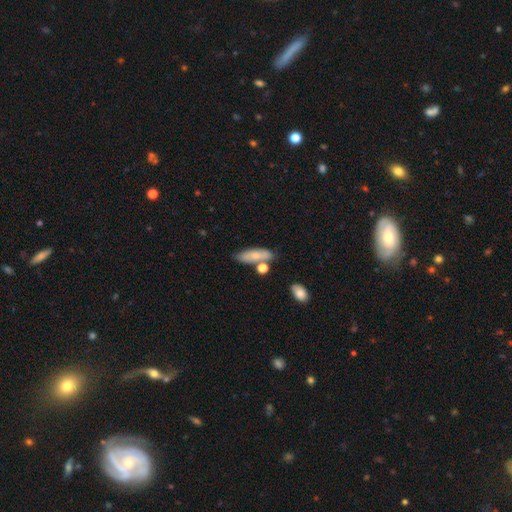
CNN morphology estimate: This appears to be a smooth galaxy with no disk features (76%) that is in between round and cigar-shaped (60%). Merging: none (64%).